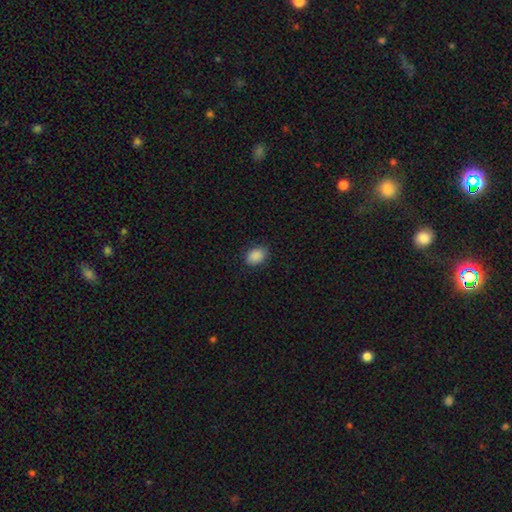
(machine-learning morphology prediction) smooth 89%, star or artifact 8%, featured or disk 3%. Down the decision tree: how rounded — in between (71%); merging — none (85%).